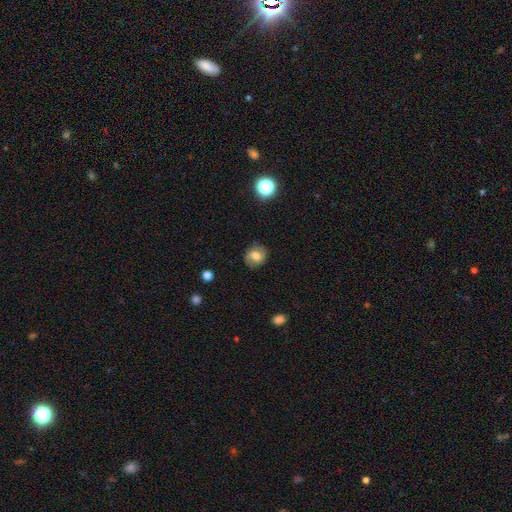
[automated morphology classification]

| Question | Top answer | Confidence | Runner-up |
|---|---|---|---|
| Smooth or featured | smooth | 56% | featured or disk (32%) |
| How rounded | round | 68% | in between (31%) |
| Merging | none | 79% | minor disturbance (15%) |